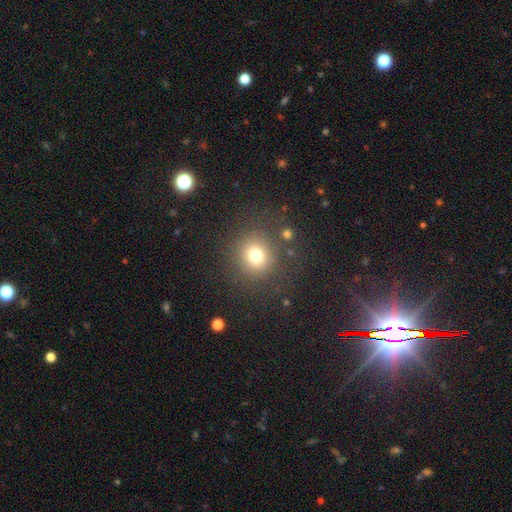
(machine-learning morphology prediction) Overall: smooth (74%). How rounded: round (91%). Merging: none (85%).